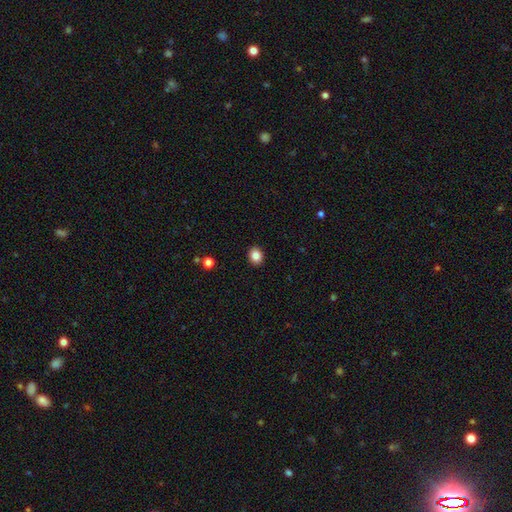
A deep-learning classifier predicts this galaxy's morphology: Overall: smooth (85%). How rounded: round (62%; in between 37%). Merging: none (91%).